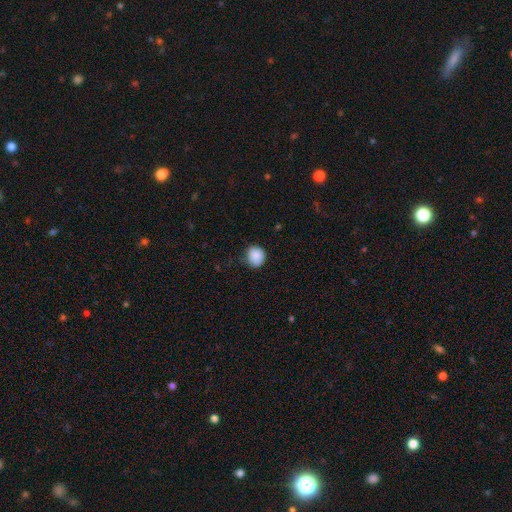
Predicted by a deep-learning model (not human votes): A smooth galaxy with no disk features (88%) that is round (79%). Merging: none (72%).